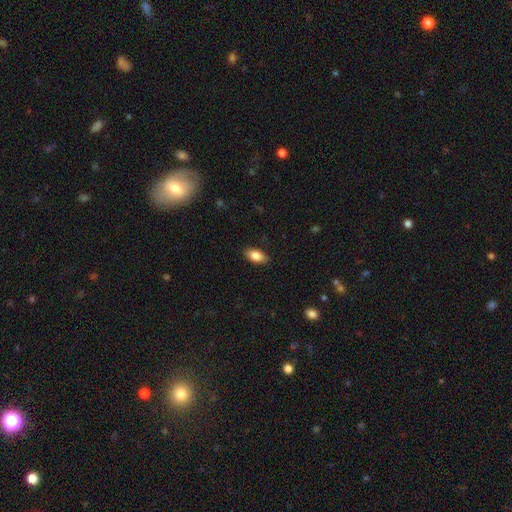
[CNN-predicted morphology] Smooth or featured? Predicted: smooth (p=0.86). How rounded? Predicted: in between (p=0.90). Merging? Predicted: none (p=0.87).